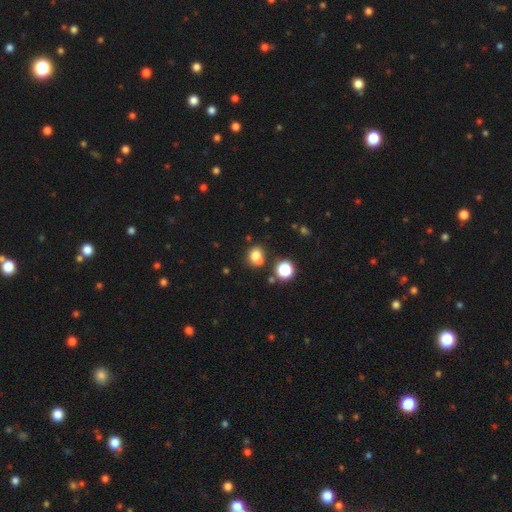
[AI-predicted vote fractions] Q: Smooth or featured?
A: smooth (75%); runner-up: star or artifact (15%)
Q: How rounded?
A: round (61%); runner-up: in between (38%)
Q: Merging?
A: none (50%); runner-up: merger (29%)